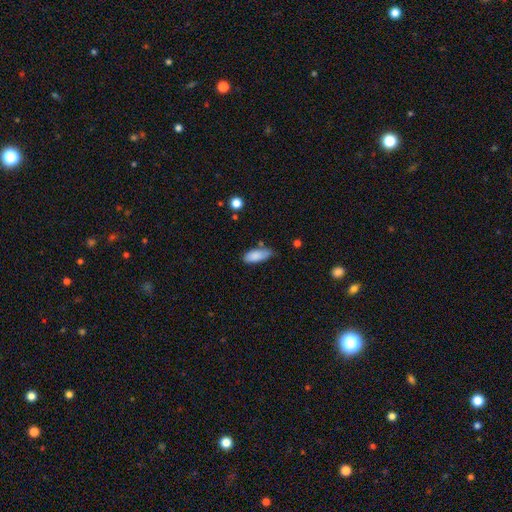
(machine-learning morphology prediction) smooth_or_featured: smooth (p=0.85) [alt: featured or disk p=0.07]
how_rounded: in between (p=0.79) [alt: cigar-shaped p=0.19]
merging: none (p=0.54) [alt: minor disturbance p=0.34]